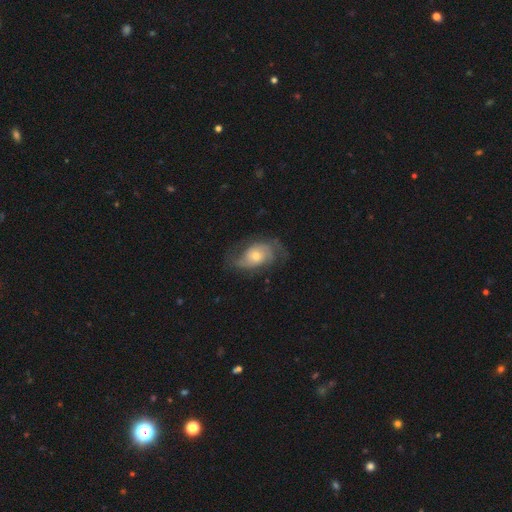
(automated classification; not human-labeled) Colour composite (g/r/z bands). It shows a featured or disk galaxy (72%) with no bar (74%), 2 (69%) medium (44%) spiral arms (90%) and a moderate central bulge (52%). Merging: none (63%).